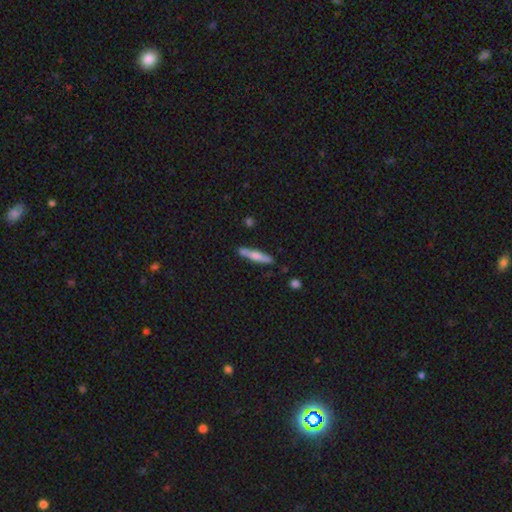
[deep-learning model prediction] Q: Smooth or featured?
A: smooth (62%); runner-up: featured or disk (32%)
Q: How rounded?
A: cigar-shaped (89%); runner-up: in between (10%)
Q: Merging?
A: none (79%); runner-up: minor disturbance (13%)